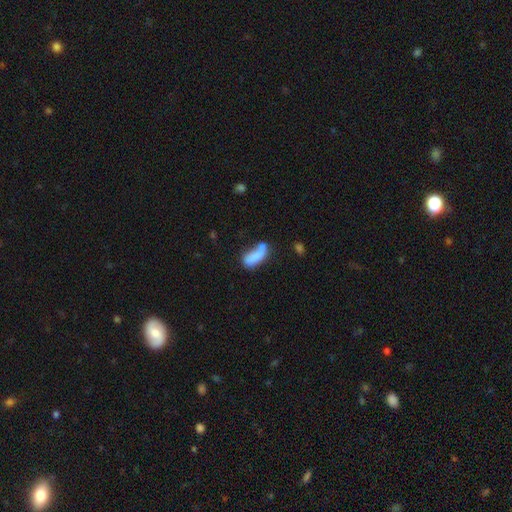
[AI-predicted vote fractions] A smooth galaxy with no disk features (77%) that is in between round and cigar-shaped (73%).

Vote fractions:
- Smooth or featured? smooth: 77% / featured or disk: 14% / star or artifact: 8%
- How rounded? in between: 73% / cigar-shaped: 24% / round: 3%
- Merging? none: 37% / minor disturbance: 26% / merger: 20% / major disturbance: 17%